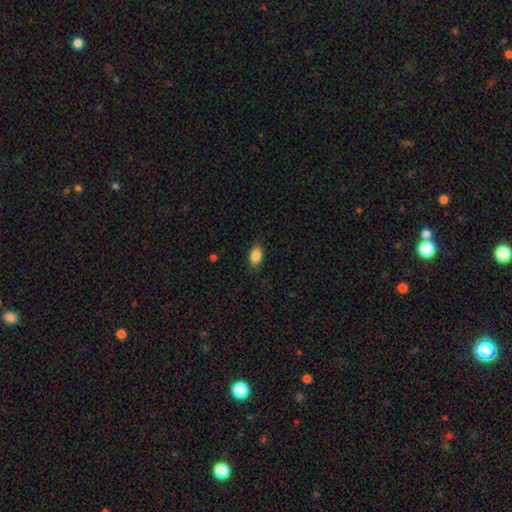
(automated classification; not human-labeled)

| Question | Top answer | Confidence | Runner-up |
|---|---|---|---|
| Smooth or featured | smooth | 87% | star or artifact (8%) |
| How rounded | in between | 85% | round (13%) |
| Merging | none | 82% | minor disturbance (14%) |